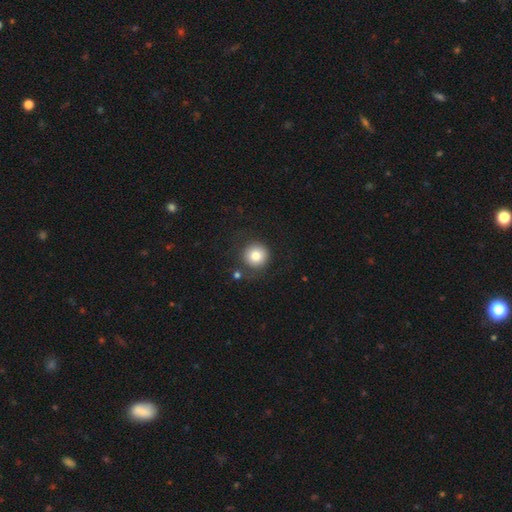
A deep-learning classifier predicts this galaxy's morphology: smooth 81%, star or artifact 10%, featured or disk 9%. Down the decision tree: how rounded — round (95%); merging — none (79%).